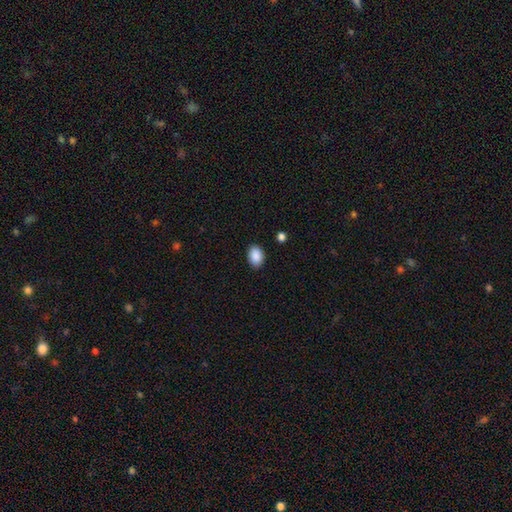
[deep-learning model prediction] Morphology: type=smooth (90%); roundness=in between (83%); merging=none (88%).